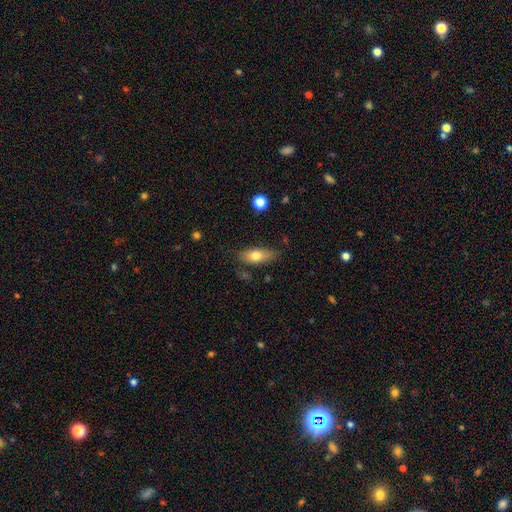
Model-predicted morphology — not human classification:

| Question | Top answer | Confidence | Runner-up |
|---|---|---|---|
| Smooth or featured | smooth | 73% | featured or disk (20%) |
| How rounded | in between | 77% | cigar-shaped (19%) |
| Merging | none | 76% | minor disturbance (18%) |